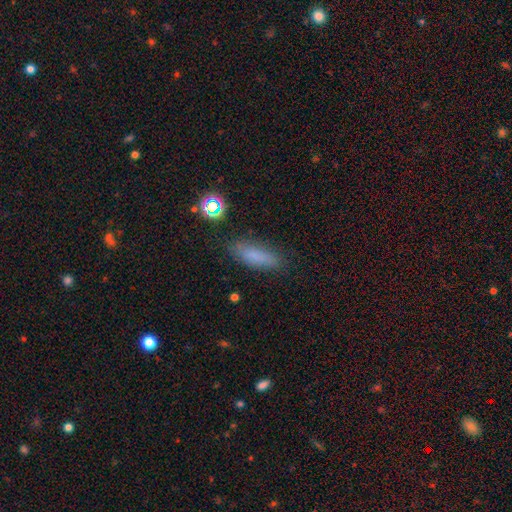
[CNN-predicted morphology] Smooth or featured? Predicted: smooth (p=0.78). How rounded? Predicted: in between (p=0.54). Merging? Predicted: none (p=0.80).